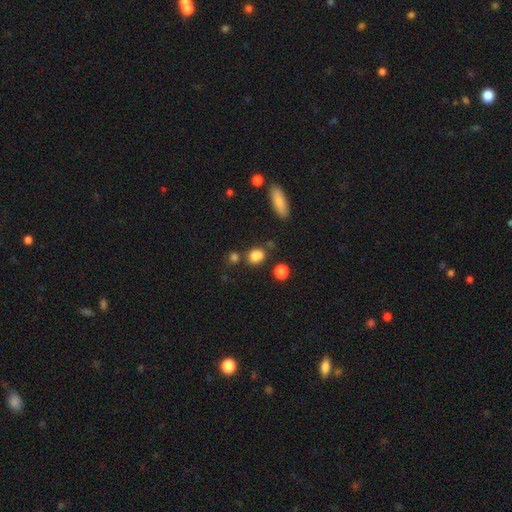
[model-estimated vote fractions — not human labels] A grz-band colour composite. It shows a smooth galaxy with no disk features (80%) that is round (57%). Merging: none (64%).